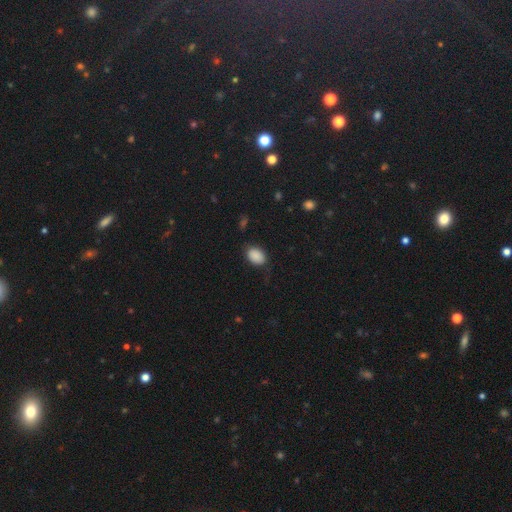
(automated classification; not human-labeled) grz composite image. It shows a smooth galaxy with no disk features (89%) that is in between round and cigar-shaped (79%). Merging: none (78%).